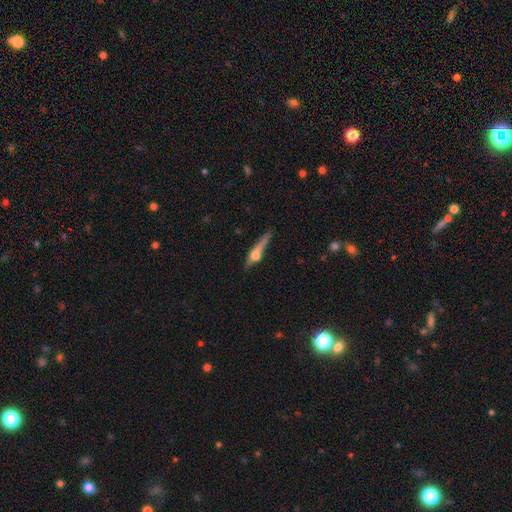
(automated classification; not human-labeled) Smooth or featured: featured or disk — 56% (smooth — 35%)
Edge-on disk: yes — 90% (no — 10%)
Edge-on bulge: rounded — 90% (none — 5%)
Merging: none — 59% (minor disturbance — 22%)